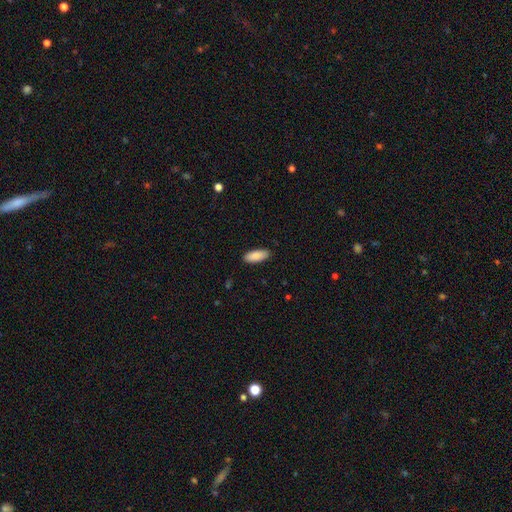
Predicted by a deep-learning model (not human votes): Smooth or featured? Predicted: smooth (p=0.89). How rounded? Predicted: in between (p=0.79). Merging? Predicted: none (p=0.88).